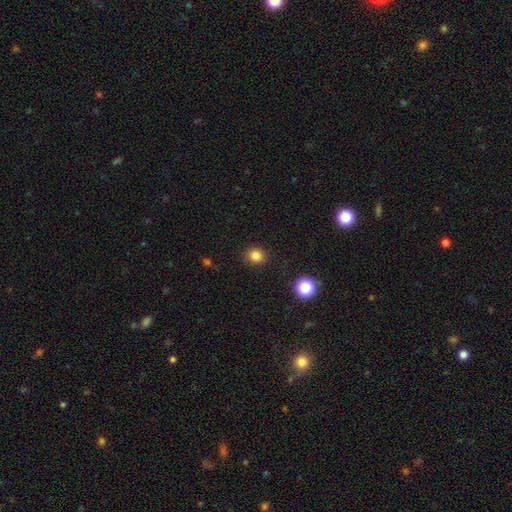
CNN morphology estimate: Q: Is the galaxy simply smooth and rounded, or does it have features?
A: smooth — 83%.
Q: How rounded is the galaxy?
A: round — 84%.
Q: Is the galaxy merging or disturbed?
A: none — 90%.